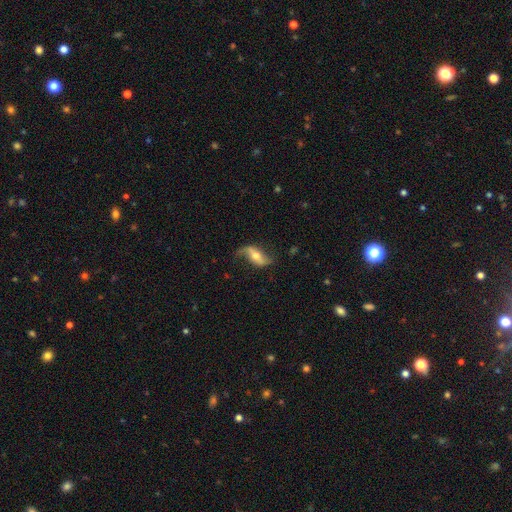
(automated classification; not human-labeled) Morphology: type=featured or disk (76%); edge-on=no (88%); bar=no (36%); spiral arms=yes (92%); winding=loose (88%); arm count=2 (90%); bulge=moderate (59%); merging=none (70%).